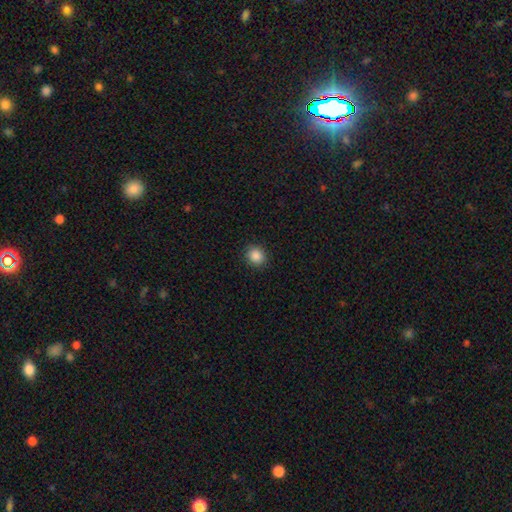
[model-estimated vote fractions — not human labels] This is clearly a smooth galaxy (87%). How rounded: likely round (77%). Merging: clearly none (90%).